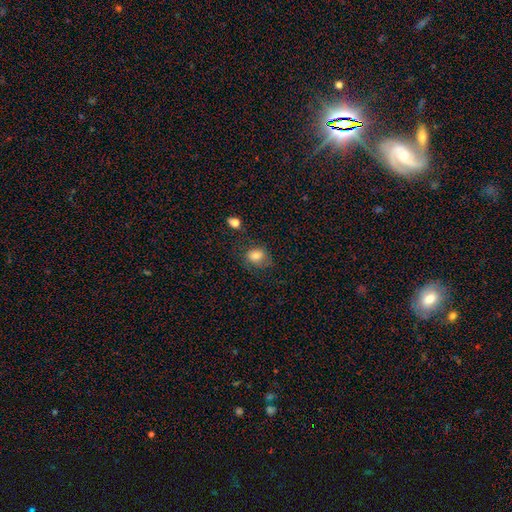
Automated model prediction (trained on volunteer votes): smooth-or-featured: smooth: 79% | featured or disk: 12% | star or artifact: 10%
  how-rounded: in between: 50% | round: 48% | cigar-shaped: 1%
  merging: none: 63% | minor disturbance: 23% | major disturbance: 10% | merger: 4%